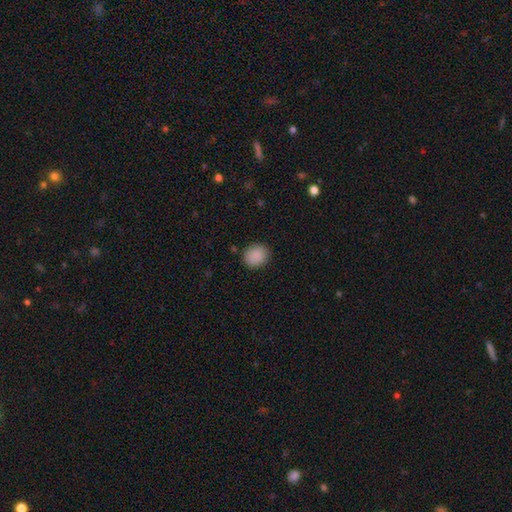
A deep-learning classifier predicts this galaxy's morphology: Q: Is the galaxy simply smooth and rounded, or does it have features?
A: smooth — 89%.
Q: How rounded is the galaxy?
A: round — 73%.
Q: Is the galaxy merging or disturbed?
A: none — 87%.